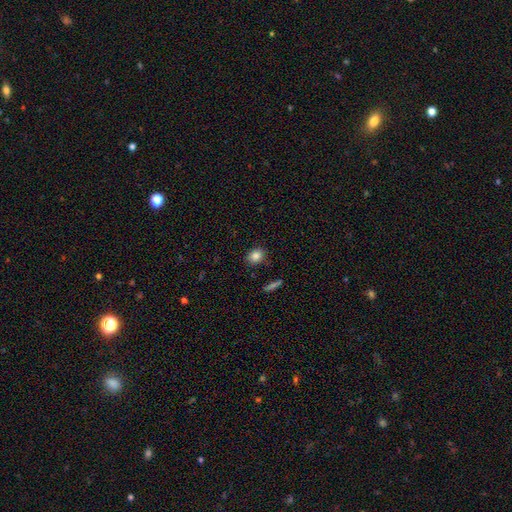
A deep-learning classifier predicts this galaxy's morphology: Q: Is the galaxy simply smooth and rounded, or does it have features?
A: smooth — 85%.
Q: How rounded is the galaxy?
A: in between — 53%.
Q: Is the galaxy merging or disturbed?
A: none — 85%.